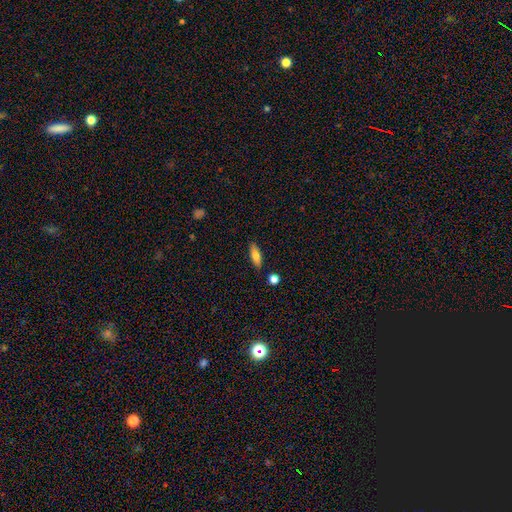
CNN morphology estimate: type=smooth (74%); roundness=in between (61%); merging=none (85%).